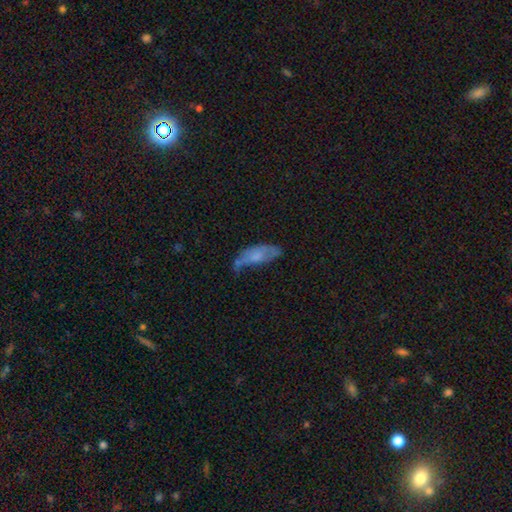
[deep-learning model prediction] This appears to be a smooth galaxy with no disk features (56%) that is in between round and cigar-shaped (72%). Merging: none (33%).